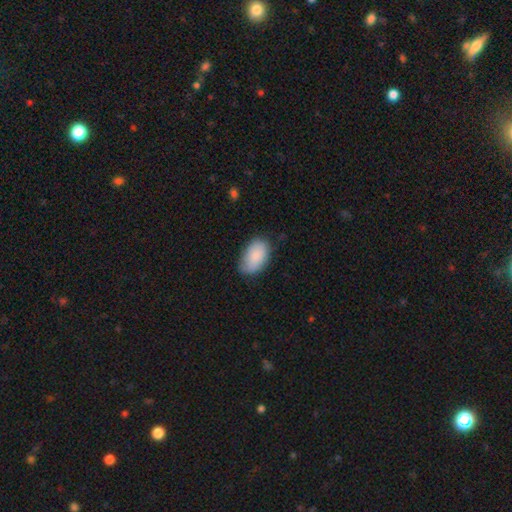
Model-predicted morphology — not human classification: Smooth or featured?
  - smooth: 86% *
  - featured or disk: 8%
  - star or artifact: 6%
How rounded?
  - in between: 93% *
  - round: 6%
  - cigar-shaped: 1%
Merging?
  - none: 70% *
  - minor disturbance: 24%
  - major disturbance: 5%
  - merger: 1%